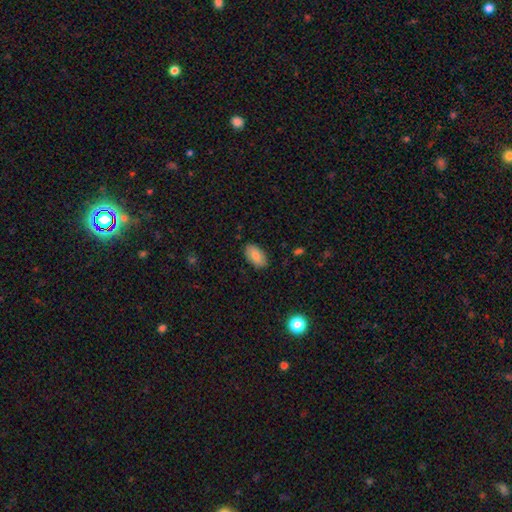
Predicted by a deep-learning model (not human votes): smooth 84%, featured or disk 9%, star or artifact 7%. Down the decision tree: how rounded — in between (94%); merging — none (85%).